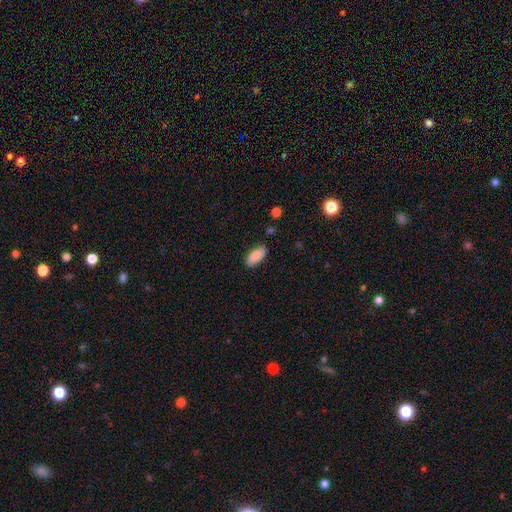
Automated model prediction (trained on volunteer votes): Smooth or featured? smooth (88%)
How rounded? in between (90%)
Merging? none (84%)